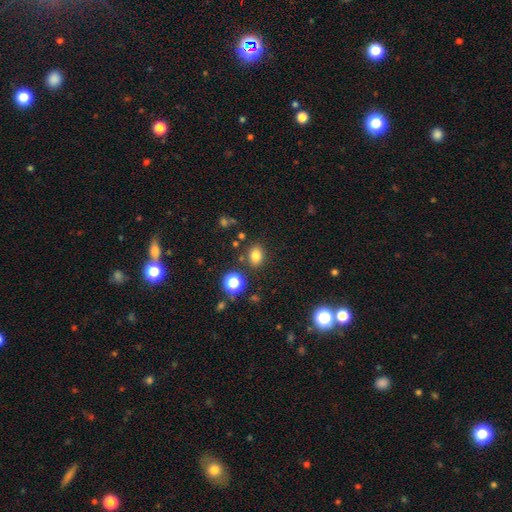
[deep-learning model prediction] Morphology: type=smooth (79%); roundness=in between (59%); merging=none (82%).